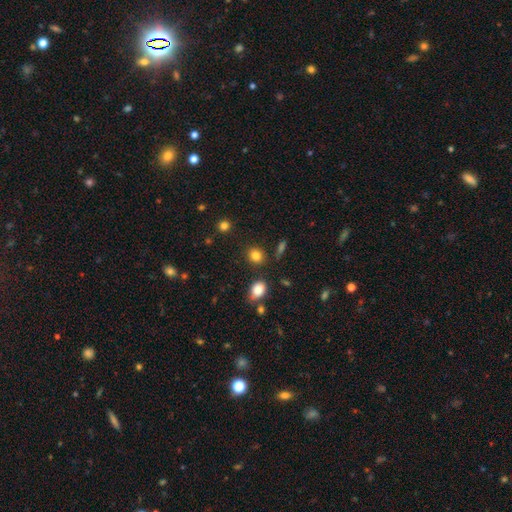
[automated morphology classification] This appears to be a smooth galaxy with no disk features (83%) that is round (67%). Merging: none (83%).